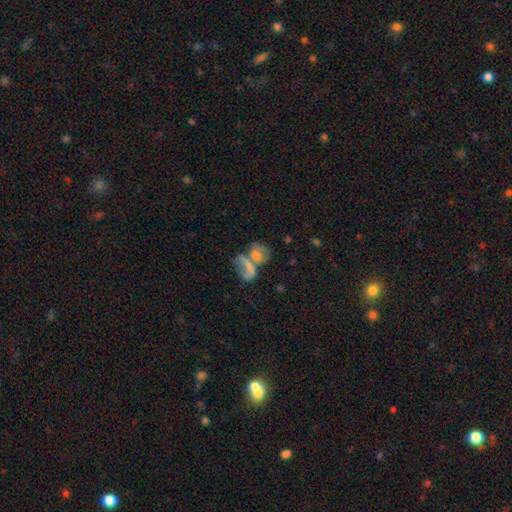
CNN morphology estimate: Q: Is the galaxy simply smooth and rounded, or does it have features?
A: smooth — 48%.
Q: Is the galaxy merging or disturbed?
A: merger — 46%.